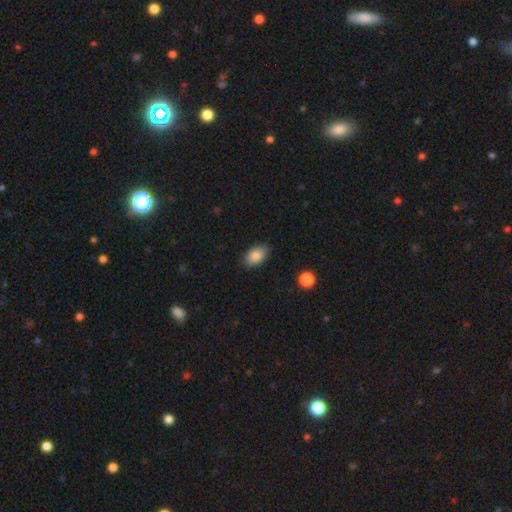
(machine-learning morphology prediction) Smooth or featured: smooth — 87% (star or artifact — 8%)
How rounded: in between — 91% (round — 7%)
Merging: none — 86% (minor disturbance — 10%)